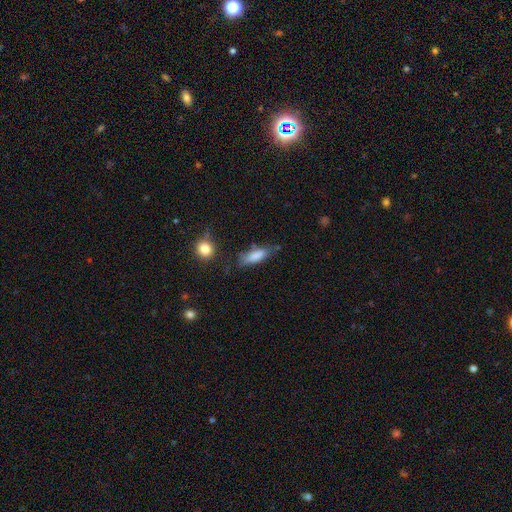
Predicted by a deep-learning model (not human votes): Smooth or featured?
  - smooth: 81% *
  - featured or disk: 12%
  - star or artifact: 7%
How rounded?
  - in between: 59% *
  - cigar-shaped: 38%
  - round: 3%
Merging?
  - none: 61% *
  - minor disturbance: 25%
  - major disturbance: 8%
  - merger: 6%